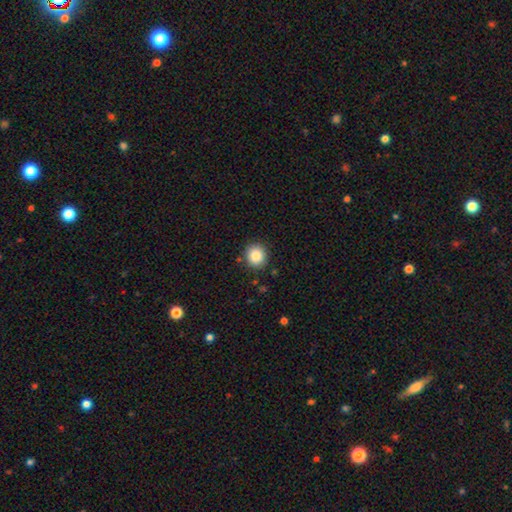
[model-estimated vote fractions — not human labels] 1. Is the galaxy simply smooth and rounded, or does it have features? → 86% smooth, 9% star or artifact, 5% featured or disk.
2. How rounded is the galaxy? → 86% round, 13% in between, 1% cigar-shaped.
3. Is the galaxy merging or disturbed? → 88% none, 8% minor disturbance, 2% major disturbance, 2% merger.